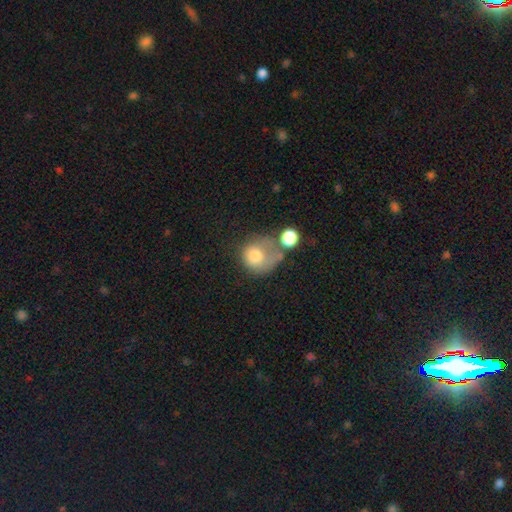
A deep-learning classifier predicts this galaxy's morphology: type=smooth (72%); roundness=round (77%); merging=major disturbance (30%).